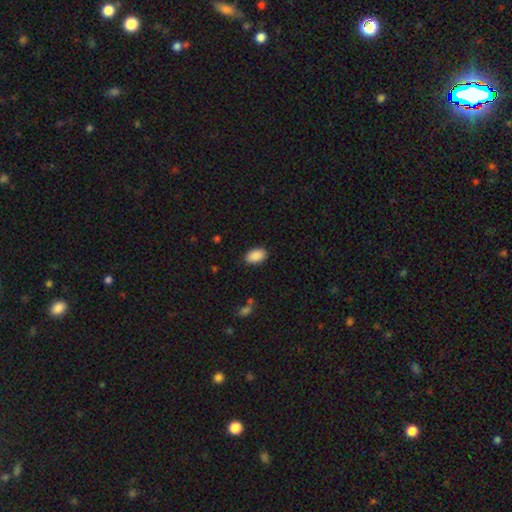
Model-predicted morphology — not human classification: The model was most divided on "merging": none: 87%, minor disturbance: 9%, major disturbance: 2%, merger: 1%. More confident: how rounded — in between (93%); smooth or featured — smooth (90%).